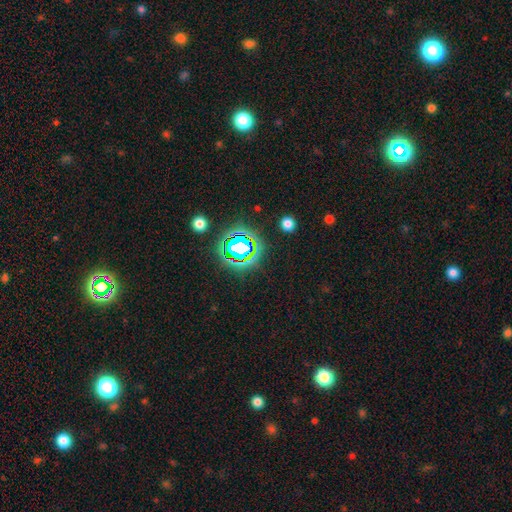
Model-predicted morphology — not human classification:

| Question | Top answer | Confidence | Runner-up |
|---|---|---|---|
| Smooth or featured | star or artifact | 79% | smooth (14%) |